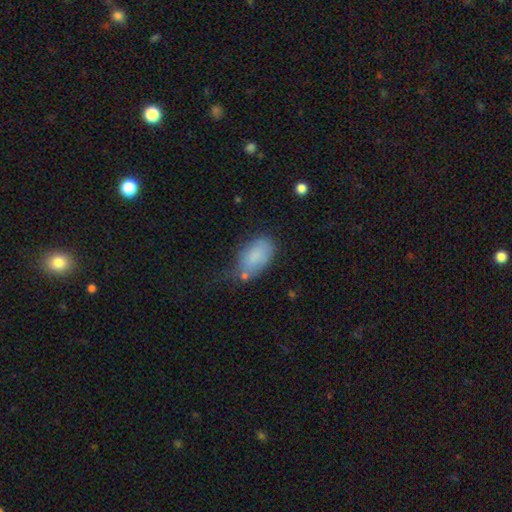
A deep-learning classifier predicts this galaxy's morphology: smooth_or_featured: smooth (p=0.81) [alt: featured or disk p=0.12]
how_rounded: in between (p=0.93) [alt: round p=0.04]
merging: none (p=0.42) [alt: minor disturbance p=0.34]